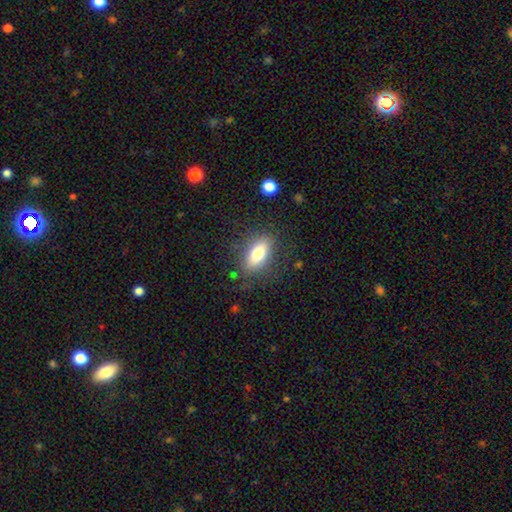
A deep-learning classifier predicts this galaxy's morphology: Overall: smooth (76%). How rounded: in between (82%). Merging: none (80%).